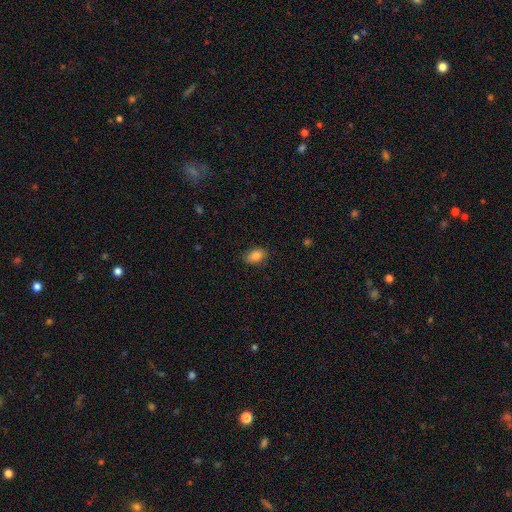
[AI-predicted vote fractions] Q: Smooth or featured?
A: smooth (85%); runner-up: star or artifact (8%)
Q: How rounded?
A: in between (88%); runner-up: round (10%)
Q: Merging?
A: none (85%); runner-up: minor disturbance (12%)